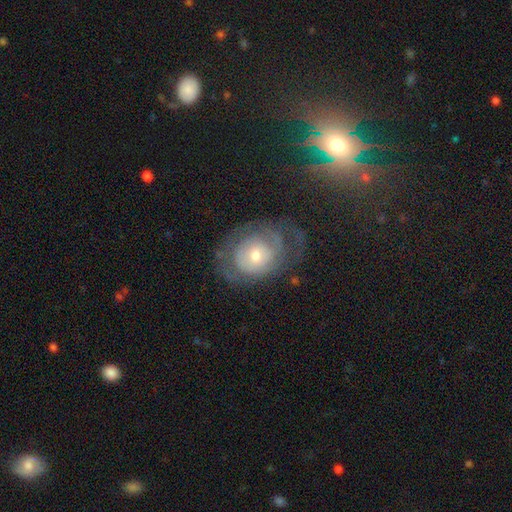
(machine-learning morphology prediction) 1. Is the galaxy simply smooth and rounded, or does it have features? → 63% featured or disk, 29% smooth, 8% star or artifact.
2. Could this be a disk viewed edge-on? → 96% no, 4% yes.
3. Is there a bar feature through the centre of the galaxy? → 76% no, 20% weak, 4% strong.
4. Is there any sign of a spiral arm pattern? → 66% yes, 34% no.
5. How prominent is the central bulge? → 55% moderate, 38% small, 5% large, 1% none, 1% dominant.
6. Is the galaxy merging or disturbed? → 54% none, 22% major disturbance, 22% minor disturbance, 2% merger.